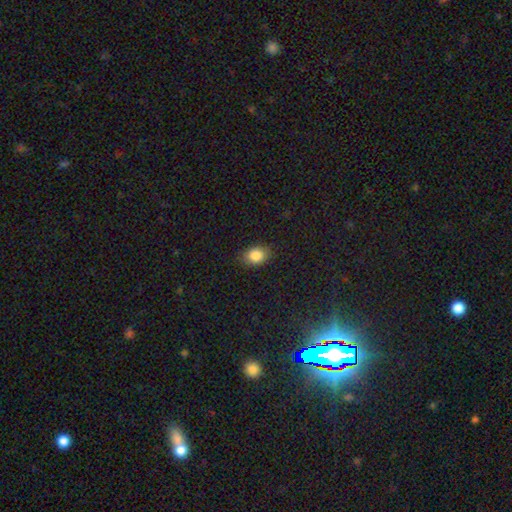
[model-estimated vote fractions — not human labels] This appears to be a smooth galaxy with no disk features (85%) that is in between round and cigar-shaped (66%). Merging: none (85%).